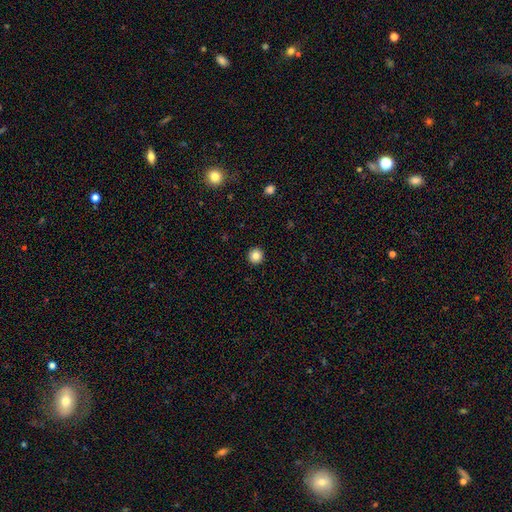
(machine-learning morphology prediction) Smooth or featured? smooth (84%)
How rounded? round (95%)
Merging? none (93%)